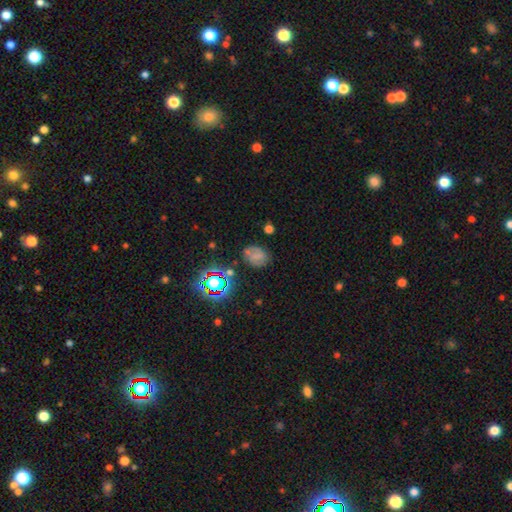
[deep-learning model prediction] Smooth or featured? smooth (50%)
Merging? none (65%)